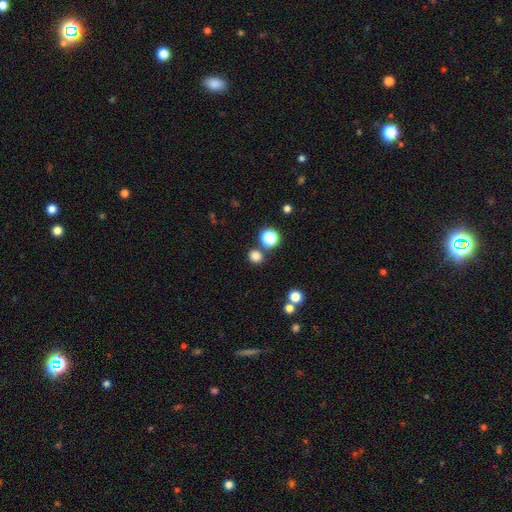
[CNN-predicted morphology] smooth 79%, star or artifact 17%, featured or disk 4%. Down the decision tree: how rounded — round (83%); merging — none (81%).